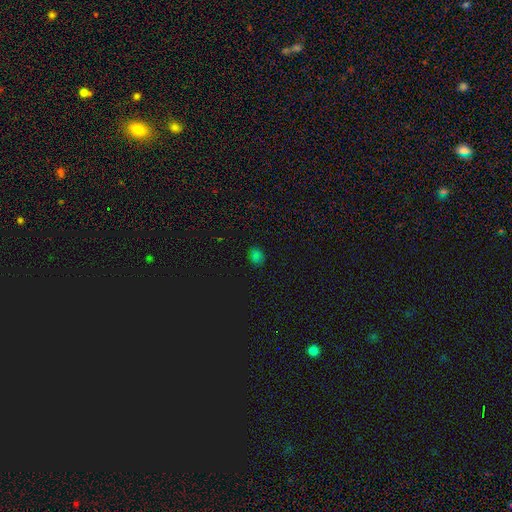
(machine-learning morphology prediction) Smooth or featured: smooth — 69% (star or artifact — 26%)
How rounded: in between — 60% (round — 38%)
Merging: none — 82% (minor disturbance — 14%)